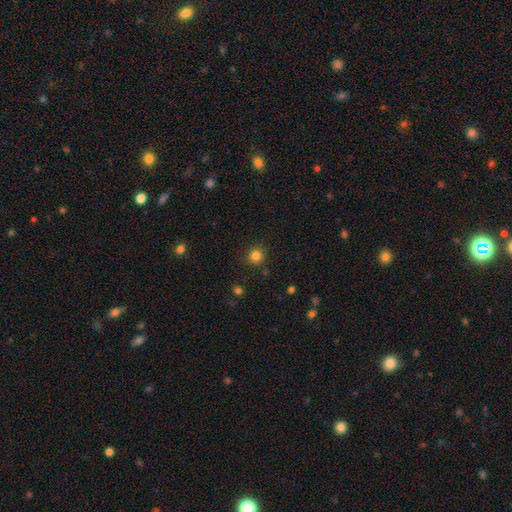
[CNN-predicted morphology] Q: Smooth or featured?
A: smooth (83%); runner-up: star or artifact (13%)
Q: How rounded?
A: round (92%); runner-up: in between (7%)
Q: Merging?
A: none (87%); runner-up: minor disturbance (8%)